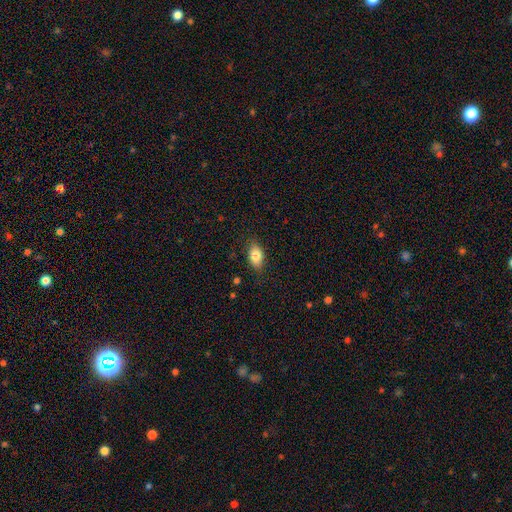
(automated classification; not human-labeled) The model was most divided on "merging": none: 82%, minor disturbance: 13%, major disturbance: 3%, merger: 1%. More confident: how rounded — in between (88%); smooth or featured — smooth (84%).